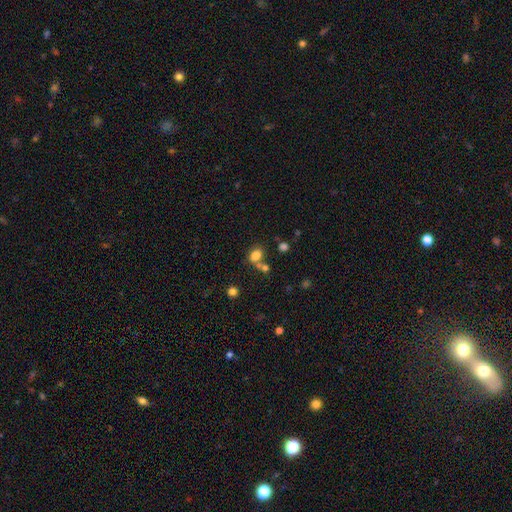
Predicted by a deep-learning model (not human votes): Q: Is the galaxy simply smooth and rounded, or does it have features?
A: smooth — 79%.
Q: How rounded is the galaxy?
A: in between — 65%.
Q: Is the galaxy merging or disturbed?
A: none — 54%.